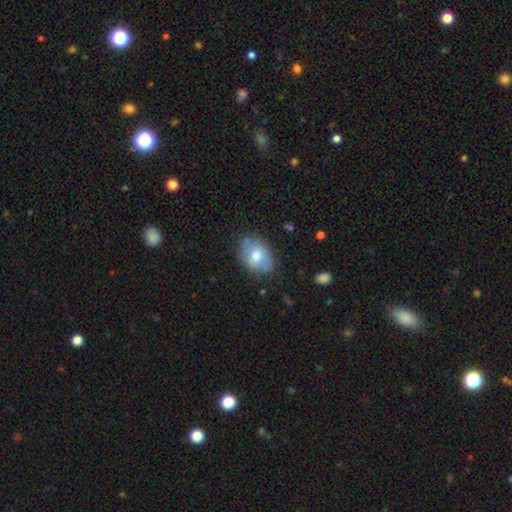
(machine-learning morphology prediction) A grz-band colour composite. It shows a smooth galaxy with no disk features (70%) that is in between round and cigar-shaped (69%). Merging: none (75%).